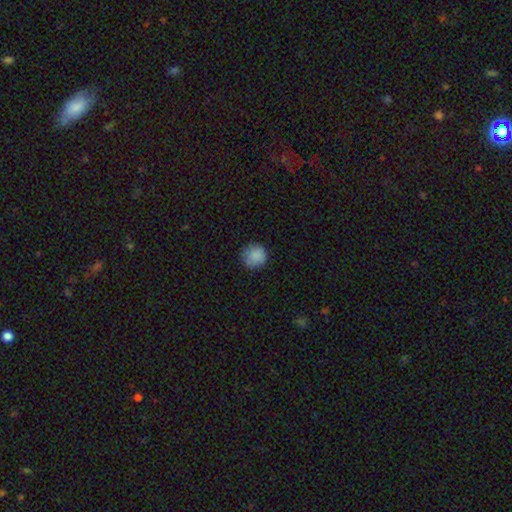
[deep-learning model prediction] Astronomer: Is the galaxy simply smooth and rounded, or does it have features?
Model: smooth — 86%.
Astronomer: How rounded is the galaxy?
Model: round — 93%.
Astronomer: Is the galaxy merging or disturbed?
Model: none — 82%.